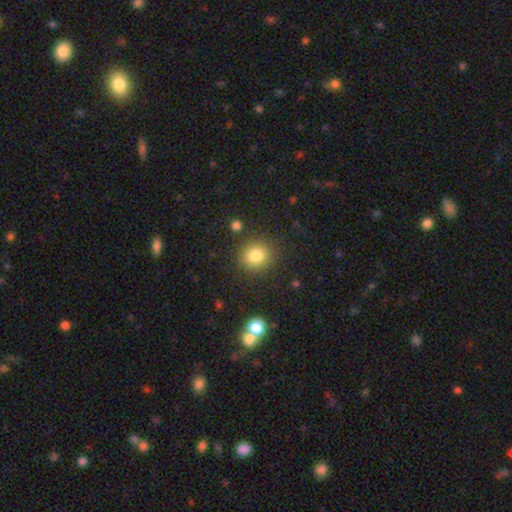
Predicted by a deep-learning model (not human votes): smooth_or_featured: smooth (p=0.82) [alt: star or artifact p=0.12]
how_rounded: round (p=0.83) [alt: in between p=0.16]
merging: none (p=0.87) [alt: minor disturbance p=0.08]